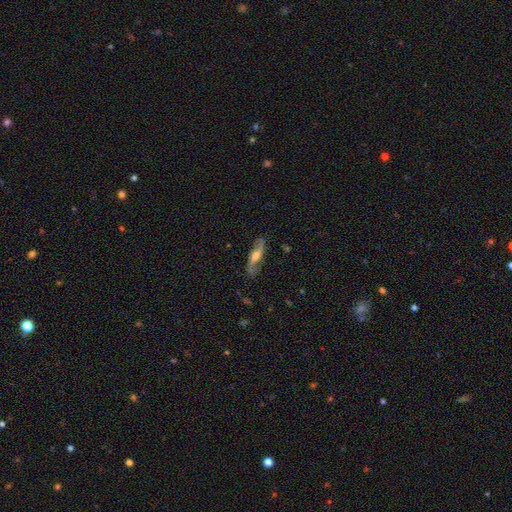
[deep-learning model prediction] Smooth or featured: featured or disk — 72% (smooth — 23%)
Edge-on disk: no — 70% (yes — 30%)
Merging: none — 78% (minor disturbance — 16%)